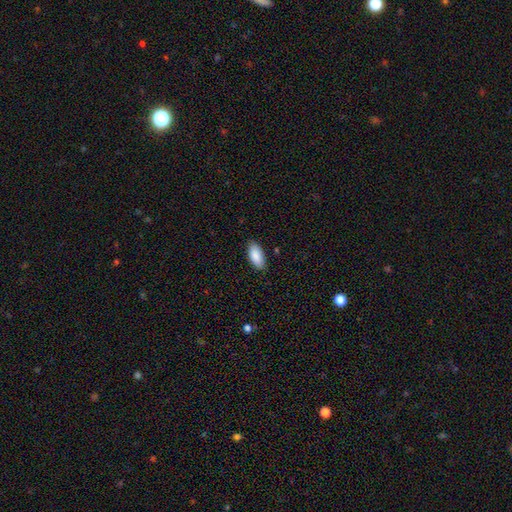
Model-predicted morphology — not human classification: Smooth or featured? smooth (89%)
How rounded? in between (91%)
Merging? none (85%)